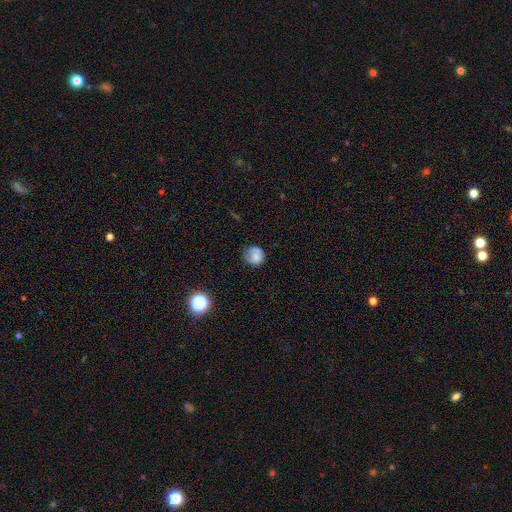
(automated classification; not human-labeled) A smooth galaxy with no disk features (65%) that is round (80%).

Vote fractions:
- Smooth or featured? smooth: 65% / featured or disk: 25% / star or artifact: 10%
- How rounded? round: 80% / in between: 19% / cigar-shaped: 1%
- Merging? none: 56% / minor disturbance: 28% / major disturbance: 13% / merger: 3%